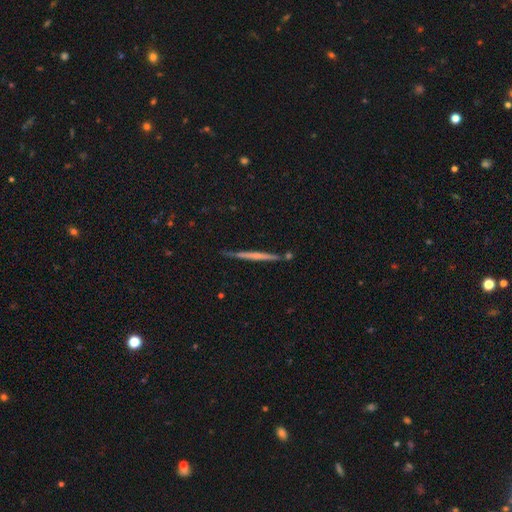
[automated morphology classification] Q: Smooth or featured?
A: featured or disk (57%); runner-up: smooth (36%)
Q: Edge-on disk?
A: yes (97%); runner-up: no (3%)
Q: Edge-on bulge?
A: none (76%); runner-up: rounded (17%)
Q: Merging?
A: none (85%); runner-up: minor disturbance (10%)